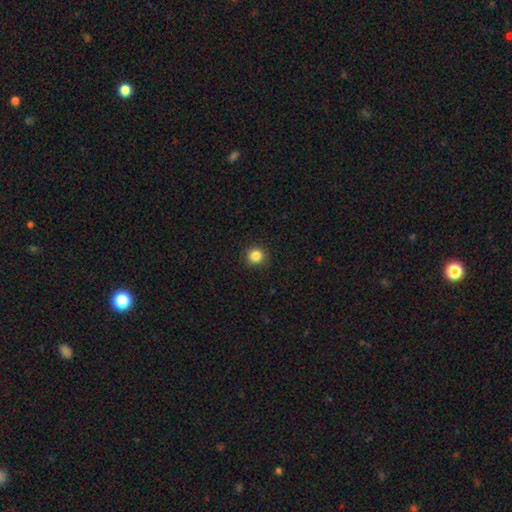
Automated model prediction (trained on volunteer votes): Smooth or featured? smooth (85%)
How rounded? round (93%)
Merging? none (92%)